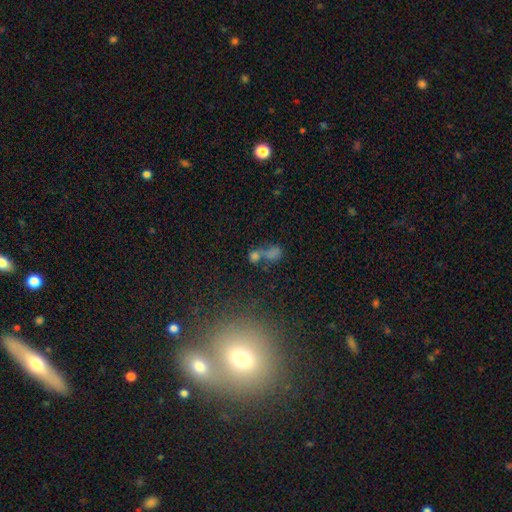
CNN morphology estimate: Smooth or featured?
  - smooth: 60% *
  - star or artifact: 25%
  - featured or disk: 16%
How rounded?
  - in between: 52% *
  - round: 43%
  - cigar-shaped: 5%
Merging?
  - merger: 53% *
  - none: 28%
  - major disturbance: 10%
  - minor disturbance: 9%